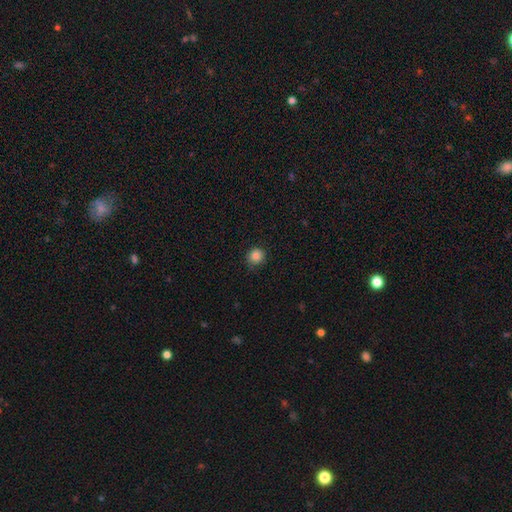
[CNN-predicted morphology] The model was most divided on "merging": none: 85%, minor disturbance: 11%, major disturbance: 2%, merger: 1%. More confident: how rounded — round (90%); smooth or featured — smooth (85%).